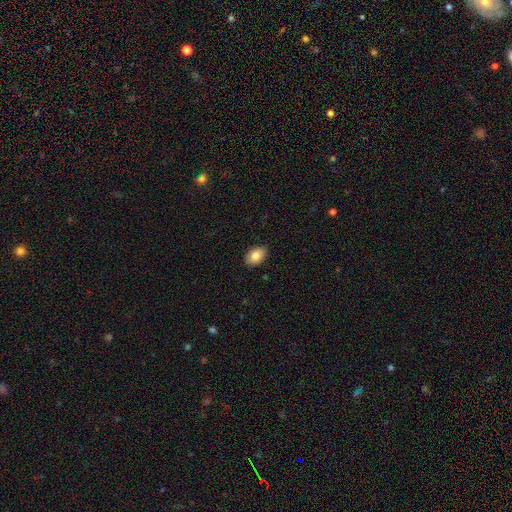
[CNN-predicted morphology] Smooth or featured? smooth (84%)
How rounded? in between (88%)
Merging? none (89%)